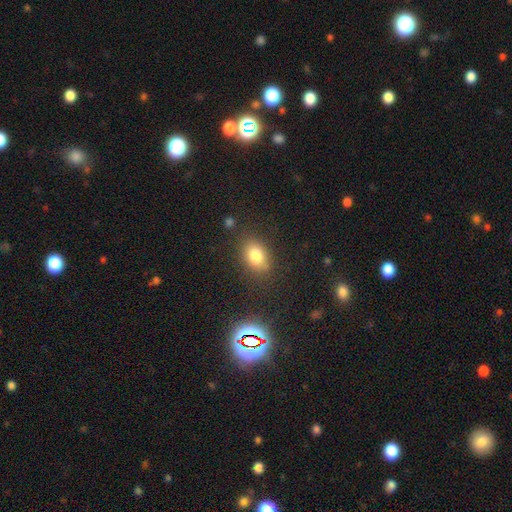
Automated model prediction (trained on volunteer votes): The model was most divided on "how rounded": in between: 80%, round: 18%, cigar-shaped: 2%. More confident: smooth or featured — smooth (80%); merging — none (80%).